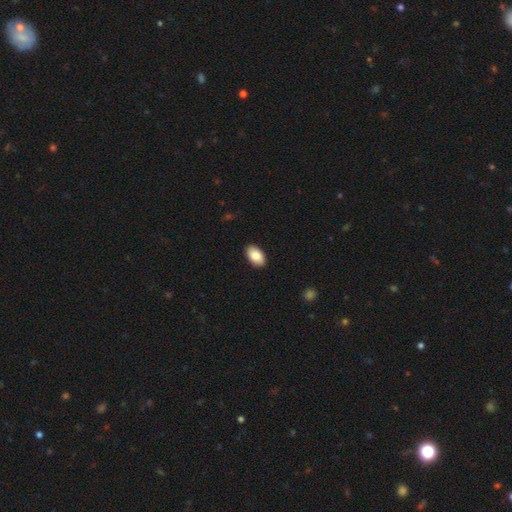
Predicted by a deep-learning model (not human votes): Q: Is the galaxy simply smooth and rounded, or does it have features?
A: smooth — 87%.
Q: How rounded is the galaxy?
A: in between — 94%.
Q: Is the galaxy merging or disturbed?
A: none — 90%.